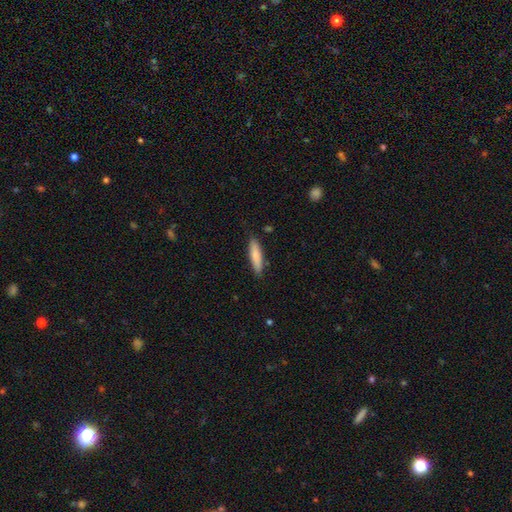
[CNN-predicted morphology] type=smooth (82%); roundness=cigar-shaped (78%); merging=none (85%).